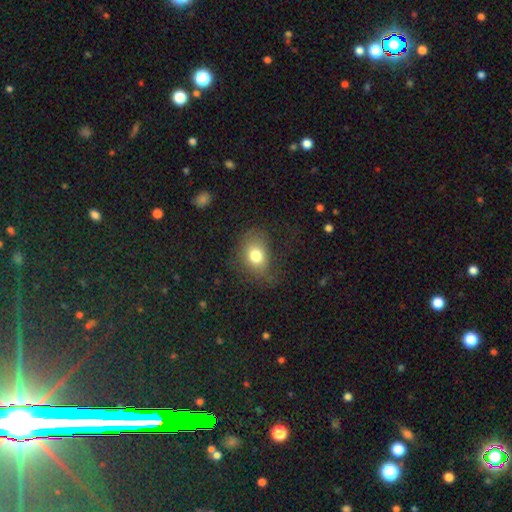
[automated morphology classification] smooth_or_featured: smooth (p=0.76) [alt: featured or disk p=0.13]
how_rounded: in between (p=0.56) [alt: round p=0.43]
merging: none (p=0.61) [alt: minor disturbance p=0.21]